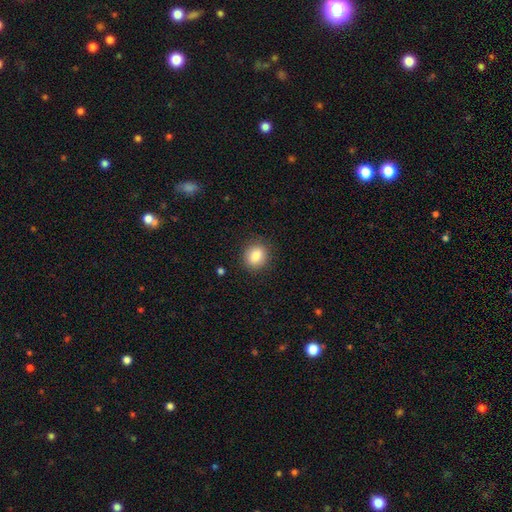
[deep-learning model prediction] Morphology: type=smooth (84%); roundness=round (72%); merging=none (88%).